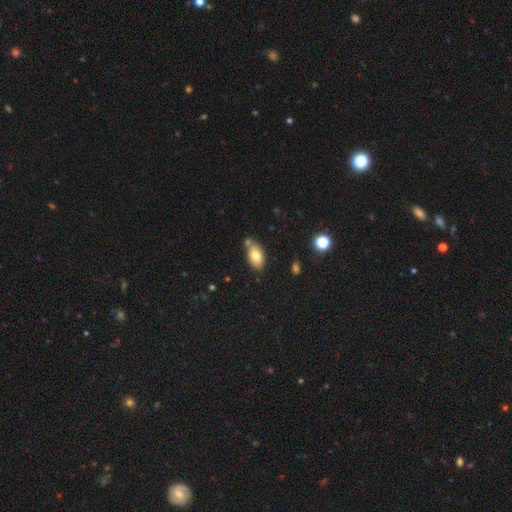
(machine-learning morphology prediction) smooth-or-featured: smooth: 79% | featured or disk: 13% | star or artifact: 8%
  how-rounded: in between: 91% | round: 6% | cigar-shaped: 2%
  merging: none: 70% | minor disturbance: 15% | merger: 13% | major disturbance: 3%